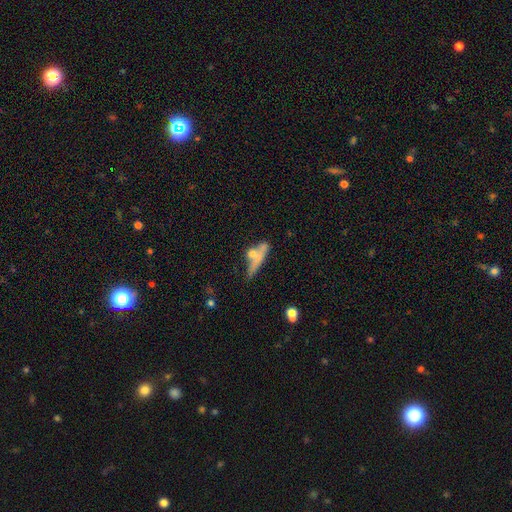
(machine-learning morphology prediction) This is possibly a smooth galaxy (57%). How rounded: likely cigar-shaped (64%). Merging: marginally none (36%).